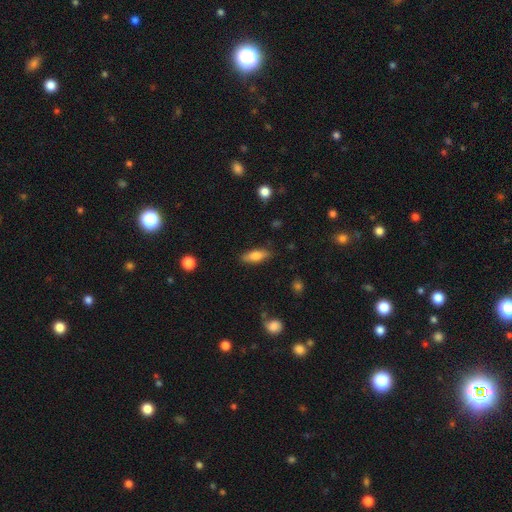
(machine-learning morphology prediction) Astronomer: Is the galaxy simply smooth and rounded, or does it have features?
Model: smooth — 70%.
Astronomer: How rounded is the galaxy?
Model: in between — 62%.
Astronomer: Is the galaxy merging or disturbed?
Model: none — 85%.